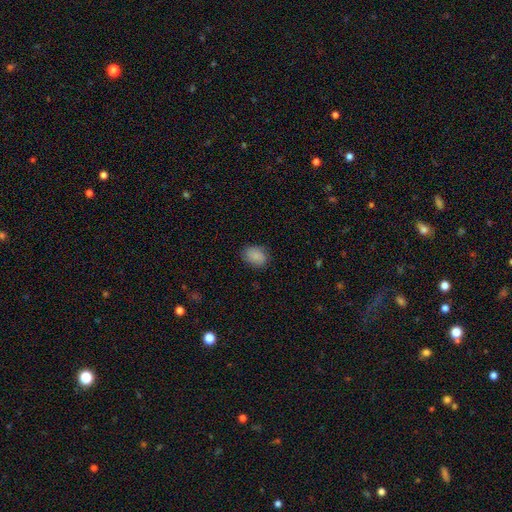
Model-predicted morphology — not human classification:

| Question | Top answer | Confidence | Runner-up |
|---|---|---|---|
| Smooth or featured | smooth | 87% | star or artifact (8%) |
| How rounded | in between | 71% | round (28%) |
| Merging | none | 82% | minor disturbance (14%) |